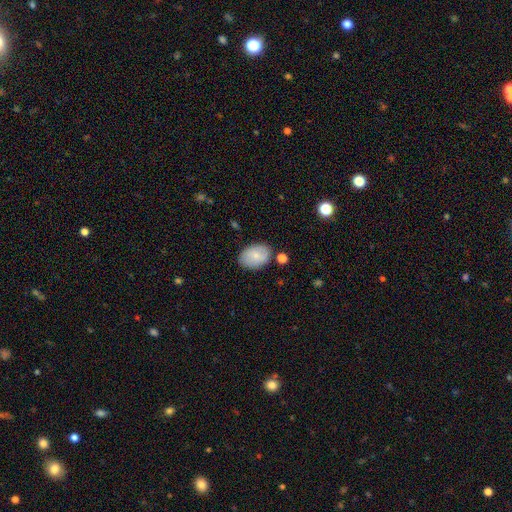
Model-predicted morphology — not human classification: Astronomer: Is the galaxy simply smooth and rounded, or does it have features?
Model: smooth — 78%.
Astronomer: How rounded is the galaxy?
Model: in between — 85%.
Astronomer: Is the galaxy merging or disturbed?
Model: none — 79%.